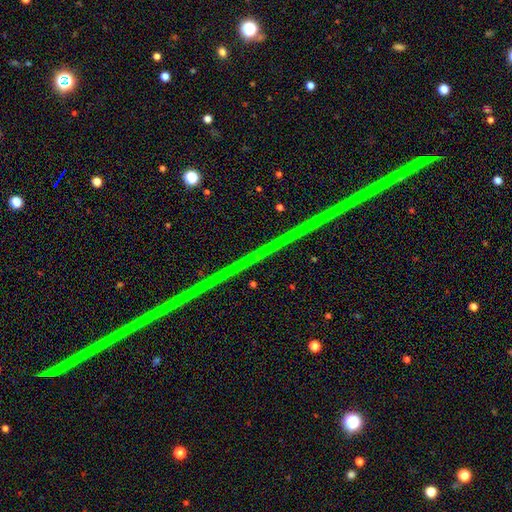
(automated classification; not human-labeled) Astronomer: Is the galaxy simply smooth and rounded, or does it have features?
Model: star or artifact — 88%.